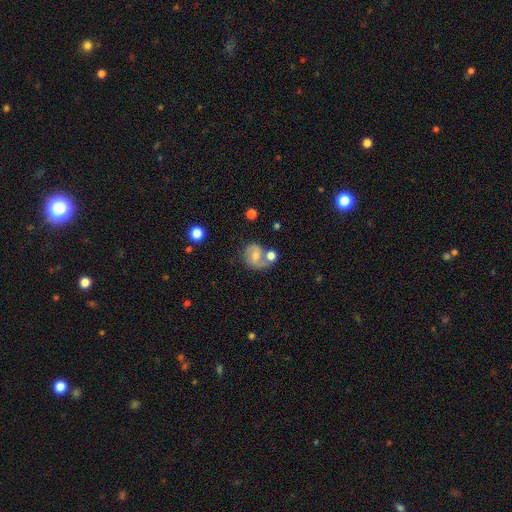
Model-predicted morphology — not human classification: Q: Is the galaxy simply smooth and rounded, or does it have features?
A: featured or disk — 55%.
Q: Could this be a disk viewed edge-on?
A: no — 97%.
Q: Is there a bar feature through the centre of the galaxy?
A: weak — 45%.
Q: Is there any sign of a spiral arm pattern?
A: yes — 81%.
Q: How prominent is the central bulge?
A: moderate — 49%.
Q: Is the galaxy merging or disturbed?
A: none — 45%.